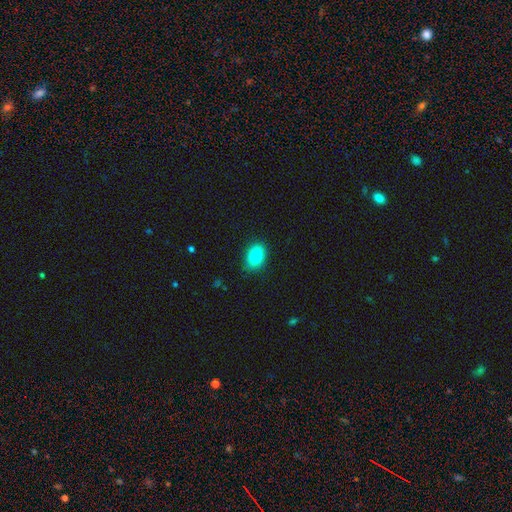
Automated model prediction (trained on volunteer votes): Smooth or featured?
  - smooth: 83% *
  - featured or disk: 9%
  - star or artifact: 8%
How rounded?
  - in between: 81% *
  - round: 17%
  - cigar-shaped: 1%
Merging?
  - none: 86% *
  - minor disturbance: 10%
  - major disturbance: 2%
  - merger: 1%